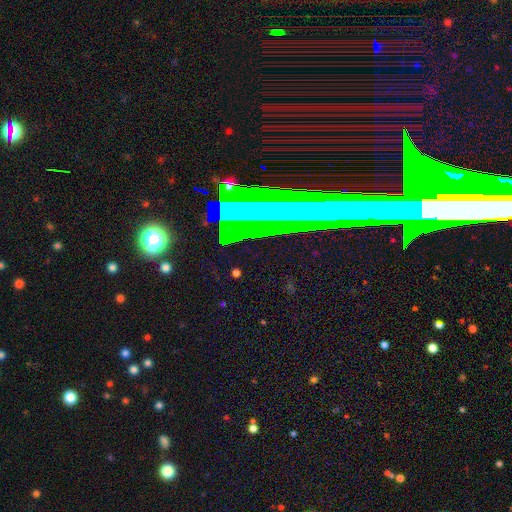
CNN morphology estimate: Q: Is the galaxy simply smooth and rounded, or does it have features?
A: star or artifact — 59%.